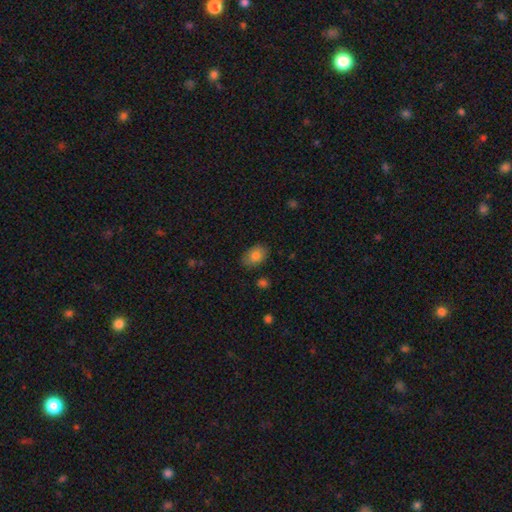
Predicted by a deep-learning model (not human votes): This appears to be a smooth galaxy with no disk features (82%) that is in between round and cigar-shaped (85%). Merging: none (81%).